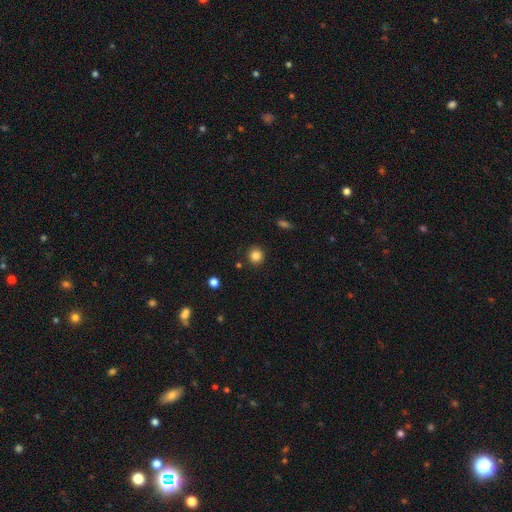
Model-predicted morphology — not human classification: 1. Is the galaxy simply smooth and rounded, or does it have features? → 84% smooth, 11% star or artifact, 5% featured or disk.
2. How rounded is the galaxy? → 91% round, 8% in between, 1% cigar-shaped.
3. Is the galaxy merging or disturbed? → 89% none, 6% minor disturbance, 2% merger, 2% major disturbance.